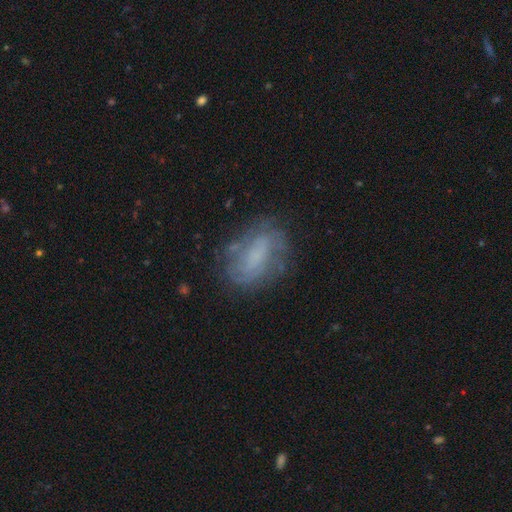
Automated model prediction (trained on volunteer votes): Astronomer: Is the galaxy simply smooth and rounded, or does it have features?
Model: featured or disk — 51% (runner-up: smooth, 38%).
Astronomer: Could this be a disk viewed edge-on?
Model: no — 95%.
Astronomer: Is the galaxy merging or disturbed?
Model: none — 66%.